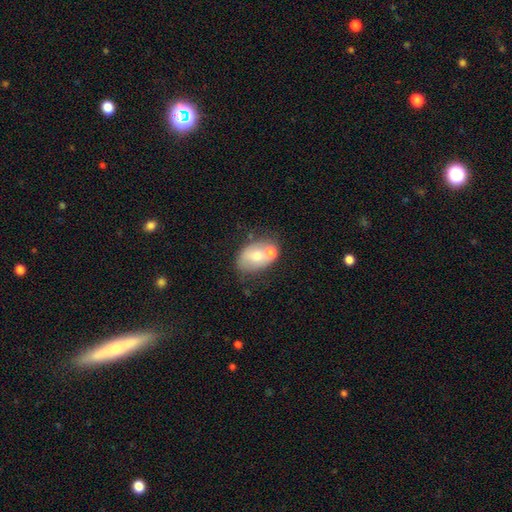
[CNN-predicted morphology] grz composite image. It shows a smooth galaxy with no disk features (59%) that is in between round and cigar-shaped (79%). Merging: none (38%).